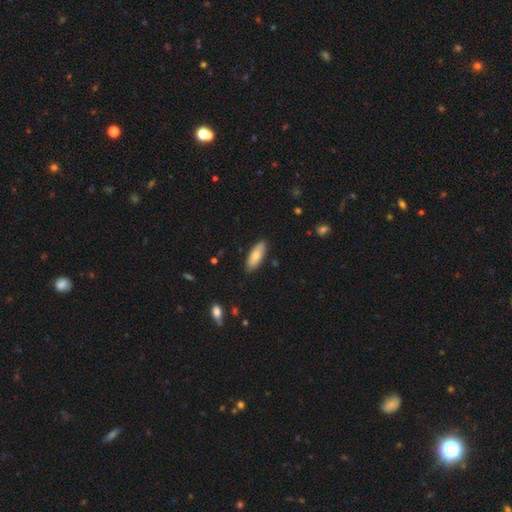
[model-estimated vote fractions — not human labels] Smooth or featured: smooth — 78% (featured or disk — 16%)
How rounded: in between — 75% (cigar-shaped — 23%)
Merging: none — 85% (minor disturbance — 12%)